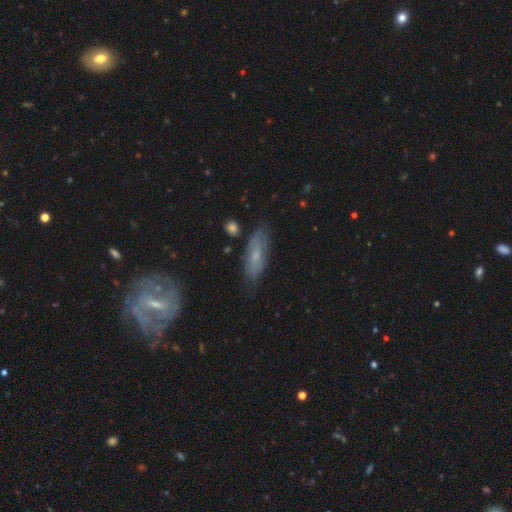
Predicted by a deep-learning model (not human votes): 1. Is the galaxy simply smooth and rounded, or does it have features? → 51% smooth, 41% featured or disk, 9% star or artifact.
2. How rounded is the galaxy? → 57% in between, 40% cigar-shaped, 3% round.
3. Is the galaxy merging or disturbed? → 74% none, 18% minor disturbance, 5% major disturbance, 3% merger.